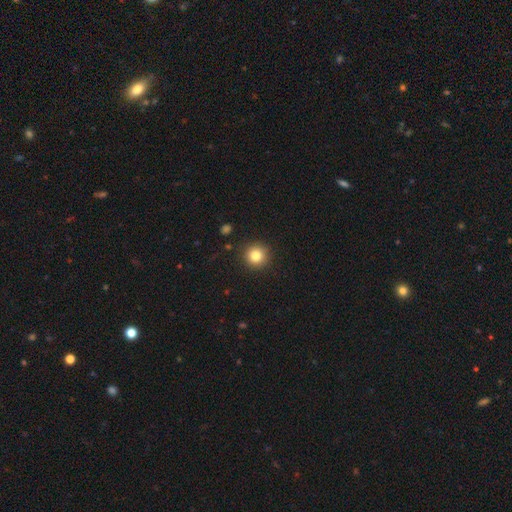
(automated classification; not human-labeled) A smooth galaxy with no disk features (83%) that is round (95%). Merging: none (91%).